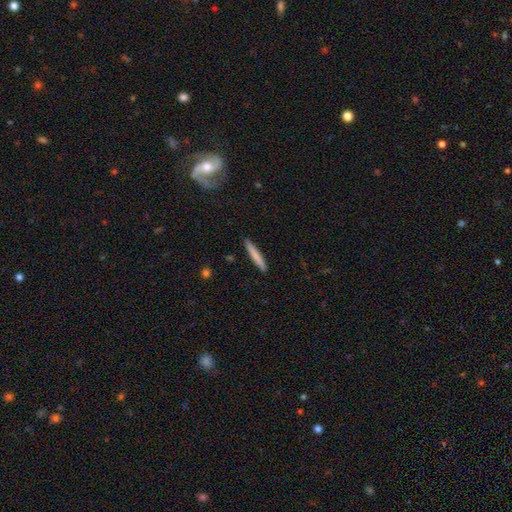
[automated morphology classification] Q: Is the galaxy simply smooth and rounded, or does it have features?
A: smooth — 77%.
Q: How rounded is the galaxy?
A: cigar-shaped — 96%.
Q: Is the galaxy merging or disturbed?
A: none — 91%.